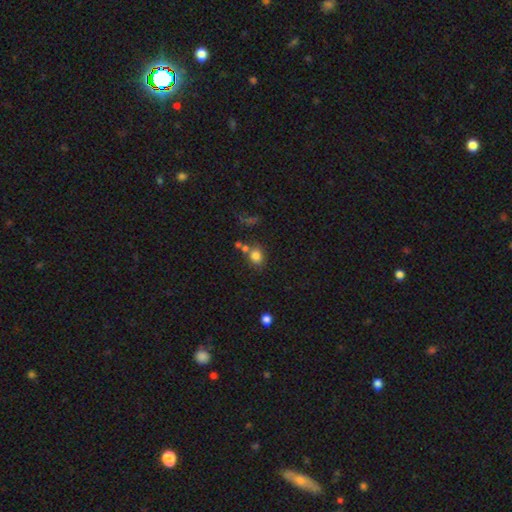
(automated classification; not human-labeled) Smooth or featured: smooth — 81% (star or artifact — 12%)
How rounded: round — 58% (in between — 40%)
Merging: none — 61% (merger — 21%)